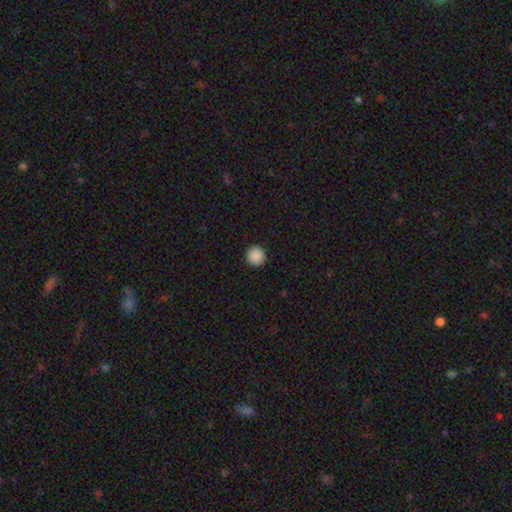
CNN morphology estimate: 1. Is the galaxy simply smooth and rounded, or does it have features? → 89% smooth, 9% star or artifact, 2% featured or disk.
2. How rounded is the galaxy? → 96% round, 3% in between, 1% cigar-shaped.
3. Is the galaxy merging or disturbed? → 93% none, 4% minor disturbance, 1% major disturbance, 1% merger.